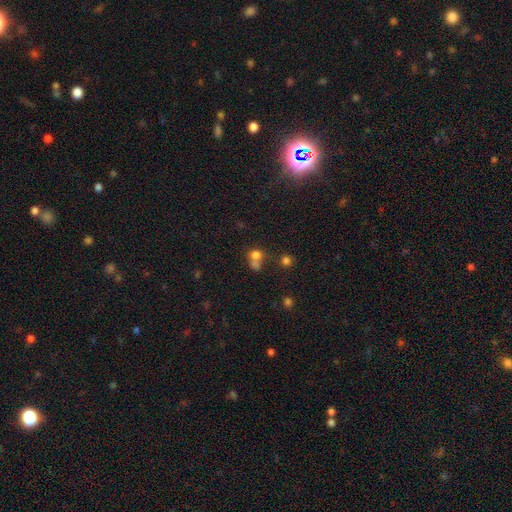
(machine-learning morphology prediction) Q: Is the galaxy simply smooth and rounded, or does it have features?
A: smooth — 72%.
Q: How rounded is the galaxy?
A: round — 71%.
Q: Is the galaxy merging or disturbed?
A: merger — 50%.